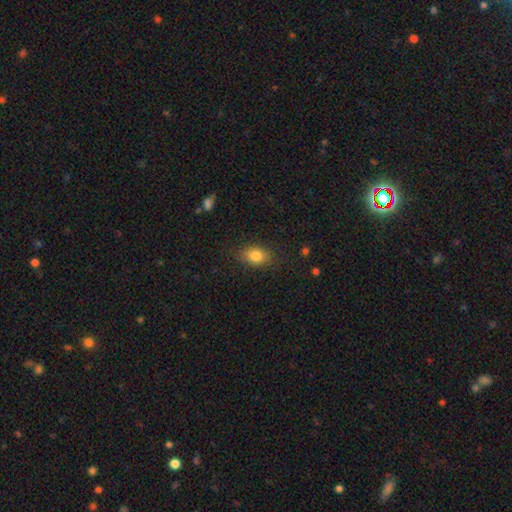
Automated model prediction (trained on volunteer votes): Overall: smooth (82%). How rounded: in between (75%). Merging: none (81%).